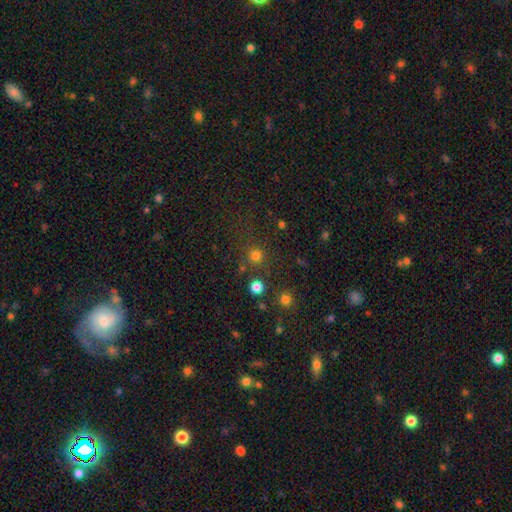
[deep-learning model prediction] This appears to be a smooth galaxy with no disk features (77%) that is round (93%). Merging: none (78%).